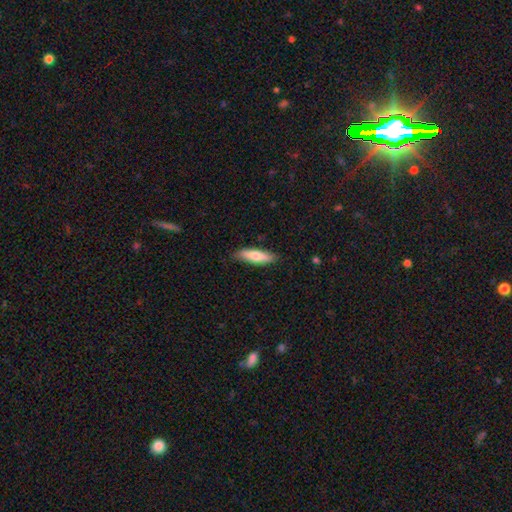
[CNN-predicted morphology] This appears to be a smooth galaxy with no disk features (73%) that is cigar-shaped (62%). Merging: none (84%).